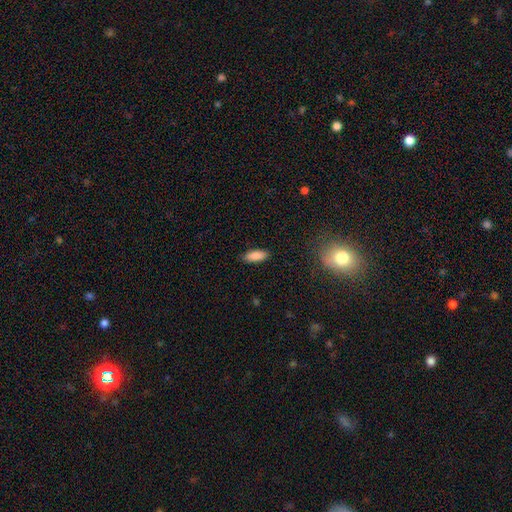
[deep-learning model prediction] Smooth or featured?
  - smooth: 88% *
  - star or artifact: 7%
  - featured or disk: 5%
How rounded?
  - in between: 73% *
  - cigar-shaped: 25%
  - round: 2%
Merging?
  - none: 87% *
  - minor disturbance: 10%
  - major disturbance: 2%
  - merger: 1%